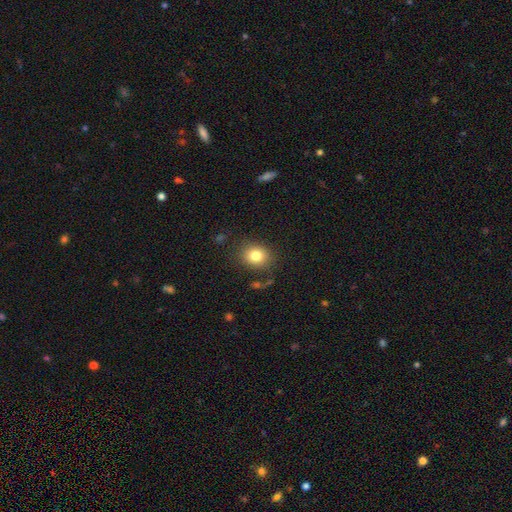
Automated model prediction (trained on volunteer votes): smooth_or_featured: smooth (p=0.81) [alt: star or artifact p=0.11]
how_rounded: round (p=0.60) [alt: in between p=0.39]
merging: none (p=0.83) [alt: minor disturbance p=0.11]